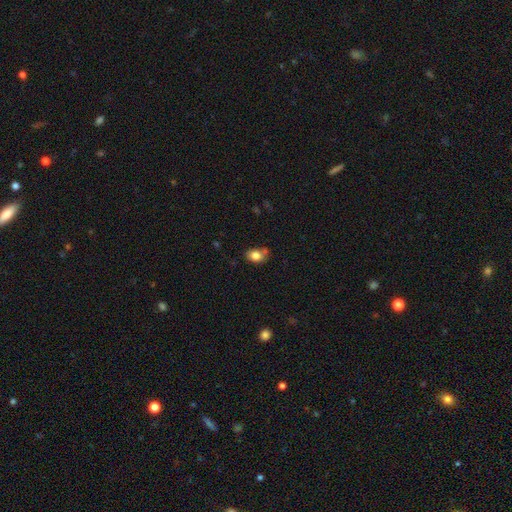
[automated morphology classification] This is clearly a smooth galaxy (81%). How rounded: likely in between (72%). Merging: possibly none (60%).